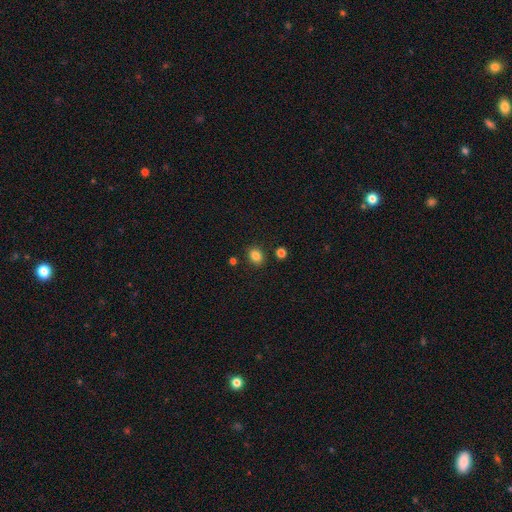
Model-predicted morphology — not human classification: Smooth or featured? smooth (84%)
How rounded? round (55%)
Merging? none (85%)